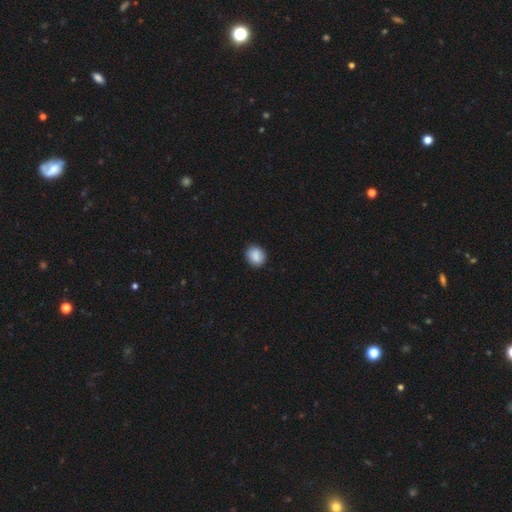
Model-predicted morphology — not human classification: smooth_or_featured: smooth (p=0.87) [alt: star or artifact p=0.08]
how_rounded: round (p=0.73) [alt: in between p=0.26]
merging: none (p=0.89) [alt: minor disturbance p=0.09]